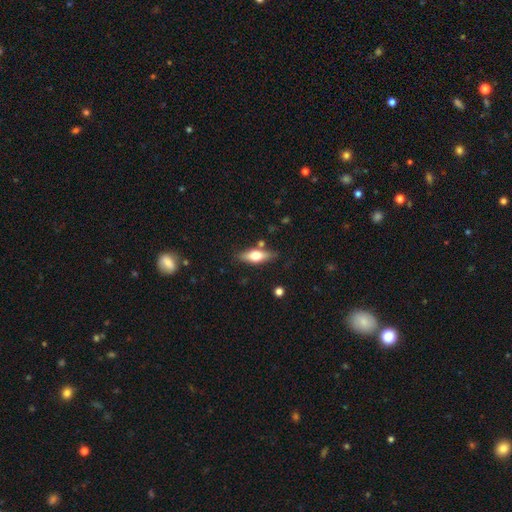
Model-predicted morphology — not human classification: type=smooth (56%); roundness=in between (62%); merging=none (78%).